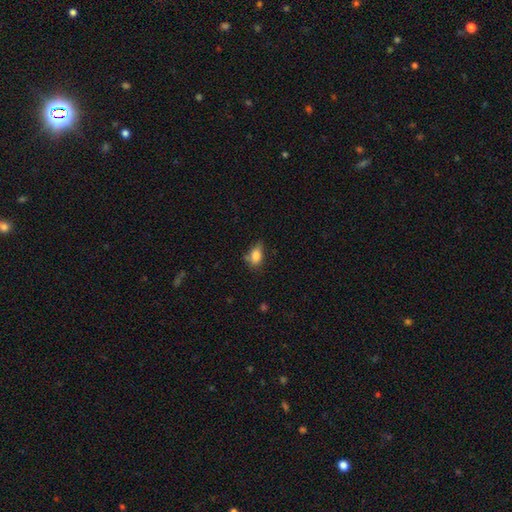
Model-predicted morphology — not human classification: This is clearly a smooth galaxy (82%). How rounded: clearly in between (84%). Merging: possibly none (50%).